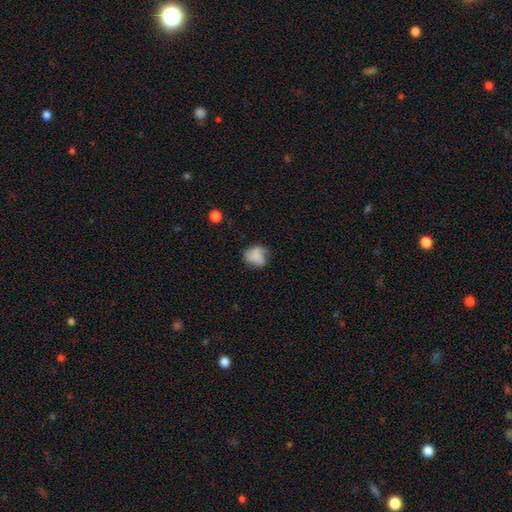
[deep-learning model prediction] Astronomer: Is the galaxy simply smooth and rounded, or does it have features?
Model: smooth — 65%.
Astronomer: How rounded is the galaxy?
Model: round — 51% (runner-up: in between, 47%).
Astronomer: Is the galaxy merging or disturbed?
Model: none — 55%.